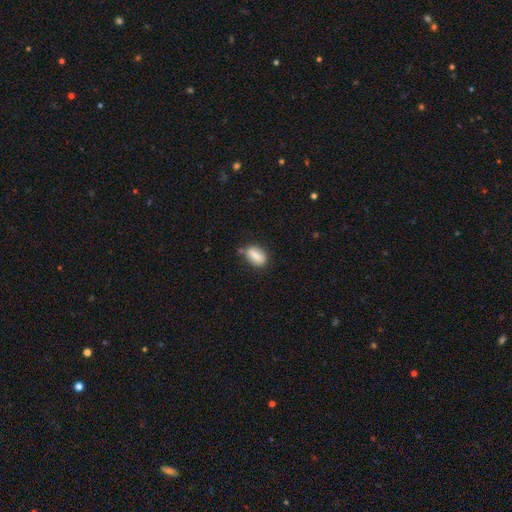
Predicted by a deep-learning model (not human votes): Overall: smooth (74%). How rounded: in between (83%). Merging: none (72%).